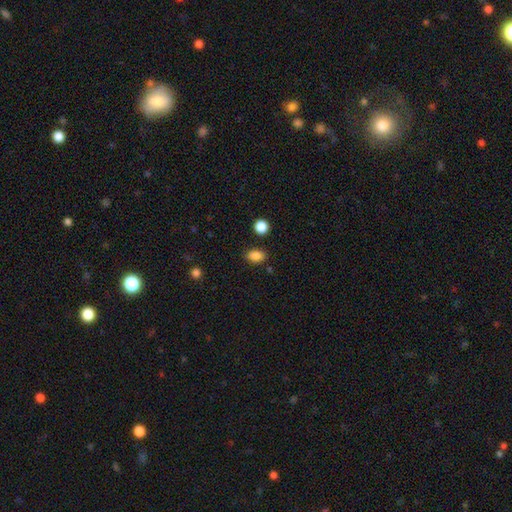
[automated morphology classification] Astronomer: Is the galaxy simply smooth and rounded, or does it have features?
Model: smooth — 86%.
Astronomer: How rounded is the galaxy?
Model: in between — 79%.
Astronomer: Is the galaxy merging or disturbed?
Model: none — 83%.